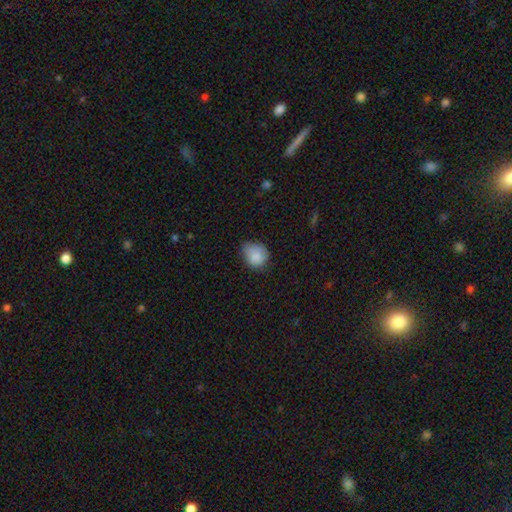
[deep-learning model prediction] Overall: smooth (84%). How rounded: round (70%). Merging: none (57%; minor disturbance 35%).